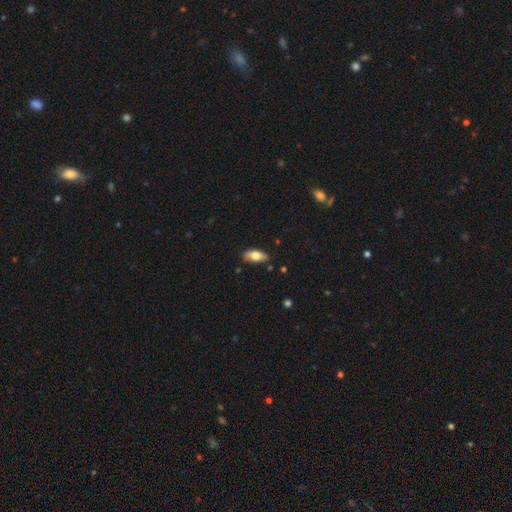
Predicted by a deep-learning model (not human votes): This is likely a smooth galaxy (72%). How rounded: clearly in between (87%). Merging: likely none (77%).